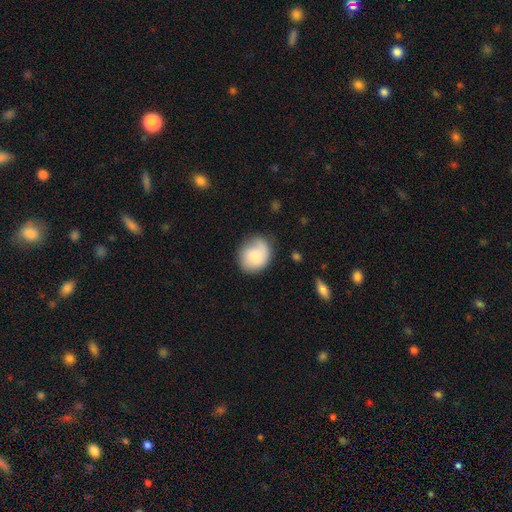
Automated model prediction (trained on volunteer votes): Q: Smooth or featured?
A: smooth (71%); runner-up: featured or disk (21%)
Q: How rounded?
A: round (66%); runner-up: in between (33%)
Q: Merging?
A: none (66%); runner-up: minor disturbance (24%)